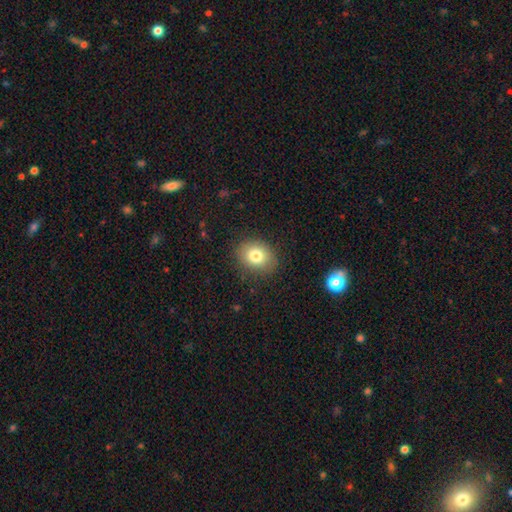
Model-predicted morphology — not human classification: smooth_or_featured: smooth (p=0.80) [alt: featured or disk p=0.10]
how_rounded: in between (p=0.52) [alt: round p=0.47]
merging: none (p=0.85) [alt: minor disturbance p=0.11]